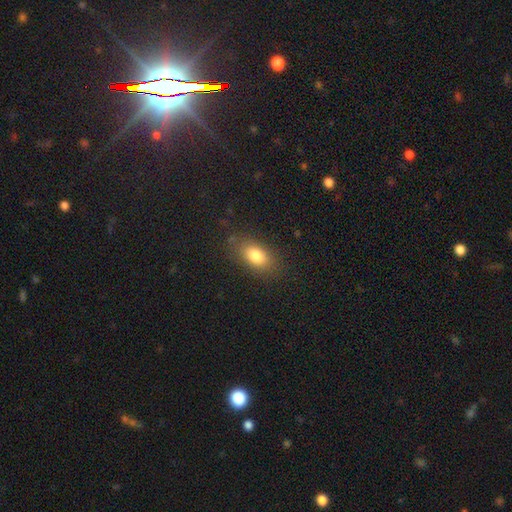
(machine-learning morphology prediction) smooth 81%, featured or disk 10%, star or artifact 9%. Down the decision tree: how rounded — in between (86%); merging — none (82%).